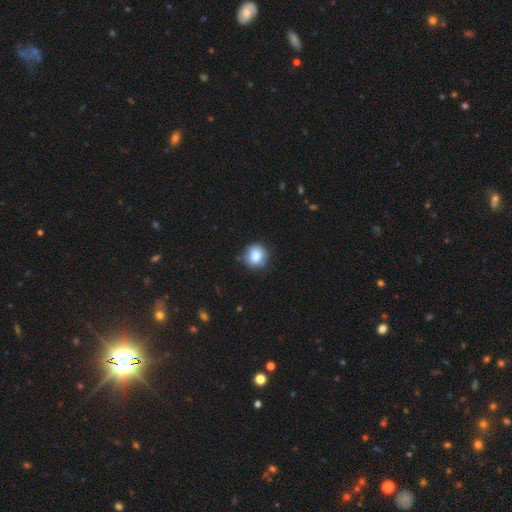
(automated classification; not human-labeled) Morphology: type=smooth (83%); roundness=round (91%); merging=none (84%).